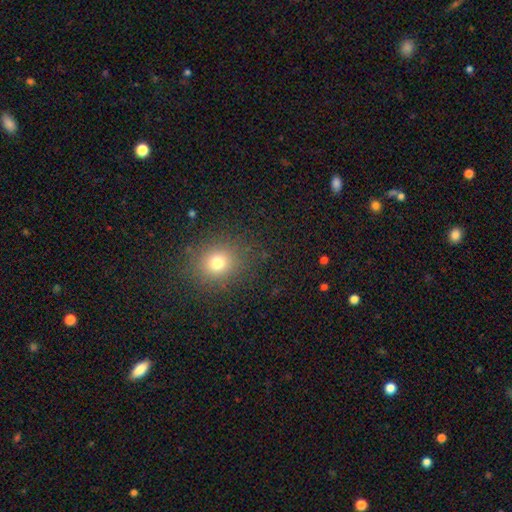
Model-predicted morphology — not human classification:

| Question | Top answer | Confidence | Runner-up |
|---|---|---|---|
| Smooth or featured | smooth | 68% | star or artifact (25%) |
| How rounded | round | 80% | in between (19%) |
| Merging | none | 90% | minor disturbance (7%) |